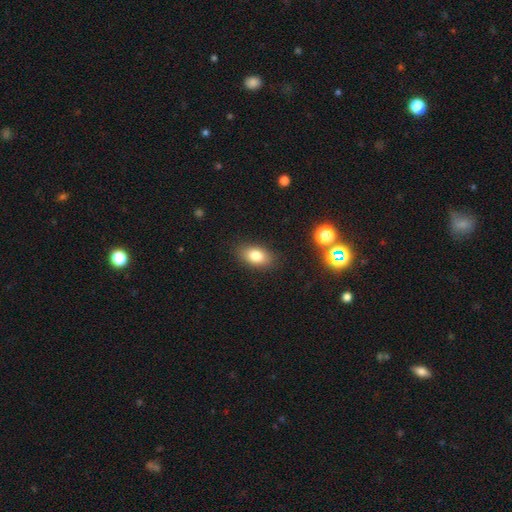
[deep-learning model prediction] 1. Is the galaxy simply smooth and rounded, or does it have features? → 81% smooth, 9% featured or disk, 9% star or artifact.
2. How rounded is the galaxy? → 88% in between, 9% round, 3% cigar-shaped.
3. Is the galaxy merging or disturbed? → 86% none, 10% minor disturbance, 3% major disturbance, 1% merger.